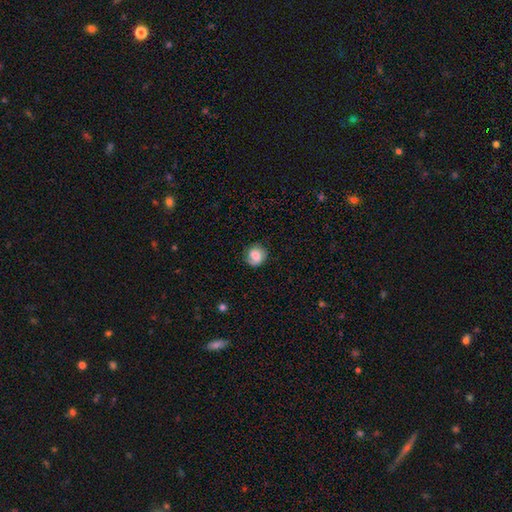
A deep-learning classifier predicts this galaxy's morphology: smooth 71%, featured or disk 20%, star or artifact 8%. Down the decision tree: how rounded — round (82%); merging — none (71%).